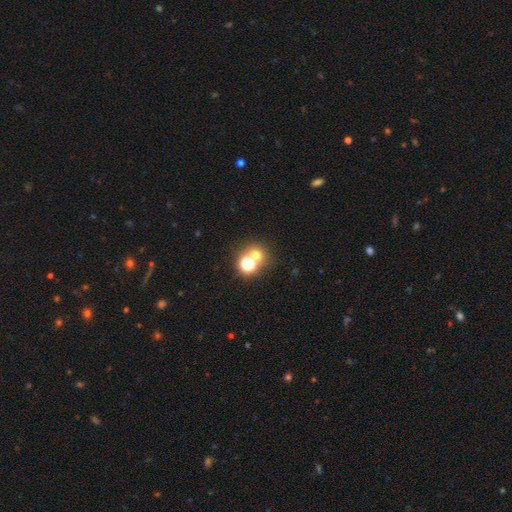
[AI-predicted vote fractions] Overall: smooth (57%; star or artifact 34%). How rounded: round (82%). Merging: none (60%; merger 30%).